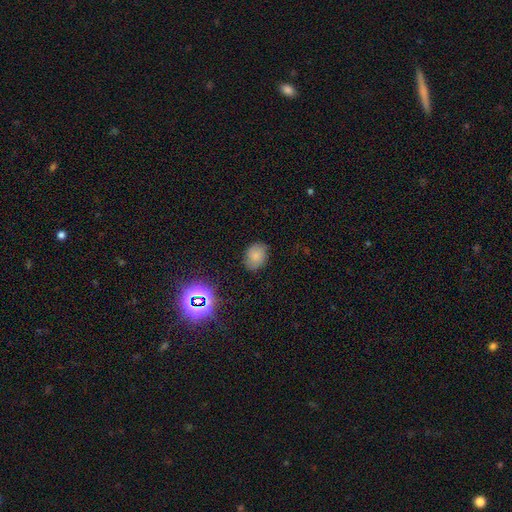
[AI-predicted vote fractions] Smooth or featured? smooth (76%)
How rounded? in between (58%)
Merging? none (79%)